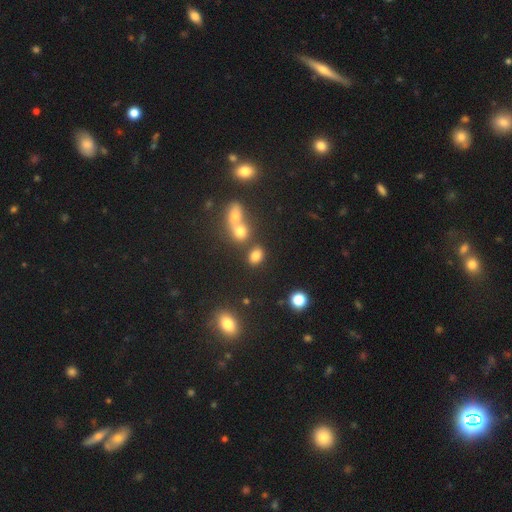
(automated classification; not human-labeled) smooth-or-featured: smooth: 77% | star or artifact: 16% | featured or disk: 8%
  how-rounded: in between: 66% | round: 32% | cigar-shaped: 2%
  merging: none: 65% | merger: 21% | minor disturbance: 10% | major disturbance: 4%